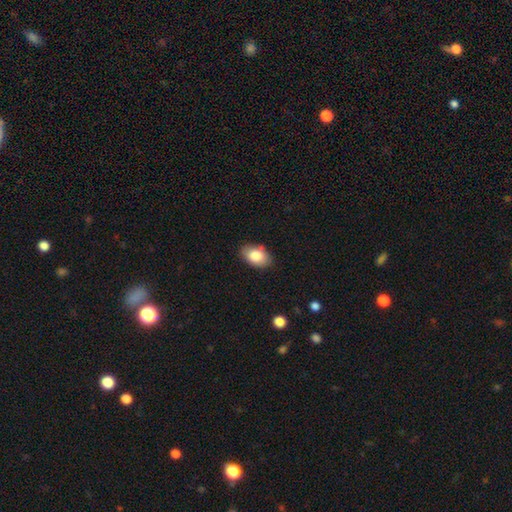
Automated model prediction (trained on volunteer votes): smooth_or_featured: smooth (p=0.83) [alt: featured or disk p=0.10]
how_rounded: in between (p=0.89) [alt: round p=0.09]
merging: none (p=0.84) [alt: minor disturbance p=0.13]